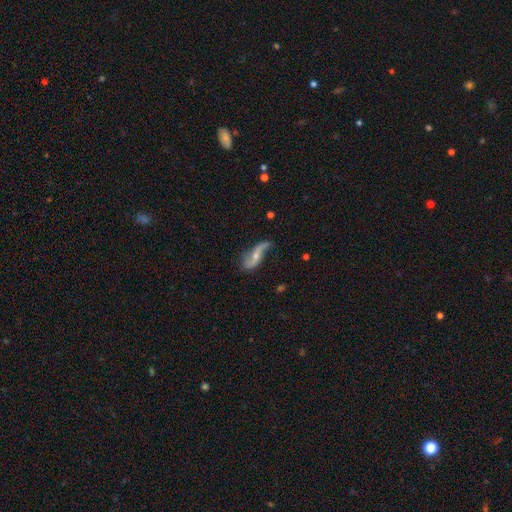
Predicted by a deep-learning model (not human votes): Smooth or featured?
  - featured or disk: 79% *
  - smooth: 15%
  - star or artifact: 6%
Edge-on disk?
  - no: 90% *
  - yes: 10%
Bar?
  - no: 53% *
  - weak: 31%
  - strong: 16%
Spiral arms?
  - yes: 92% *
  - no: 8%
Spiral winding?
  - loose: 90% *
  - medium: 7%
  - tight: 3%
Spiral arm count?
  - 2: 90% *
  - 1: 5%
  - can't tell: 2%
  - 3: 1%
  - 4: 1%
  - more than 4: 1%
Bulge size?
  - small: 53% *
  - moderate: 38%
  - none: 6%
  - large: 2%
  - dominant: 1%
Merging?
  - none: 61% *
  - minor disturbance: 24%
  - major disturbance: 12%
  - merger: 3%